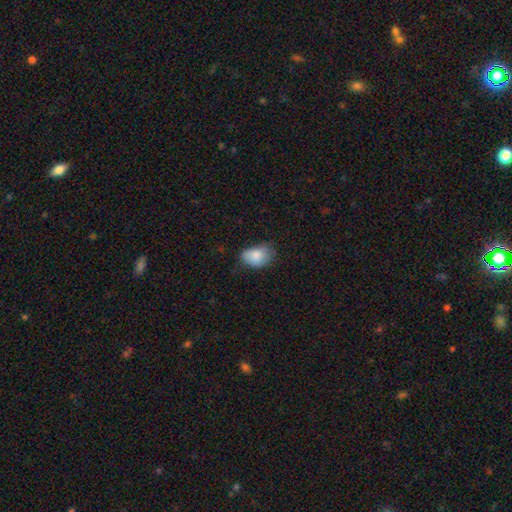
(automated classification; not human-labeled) Smooth or featured? smooth (84%)
How rounded? in between (81%)
Merging? none (54%)